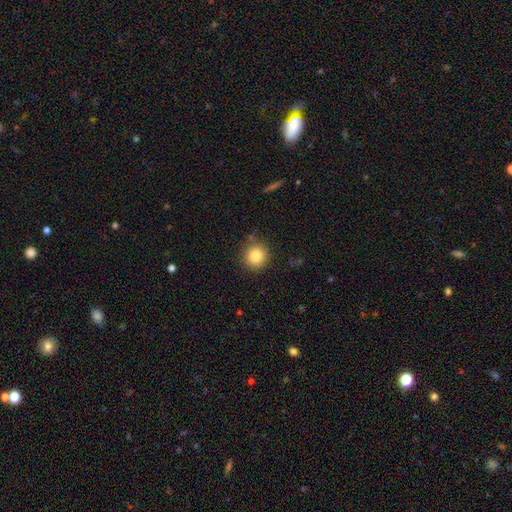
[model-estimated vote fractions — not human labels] Overall: smooth (85%). How rounded: round (92%). Merging: none (85%).